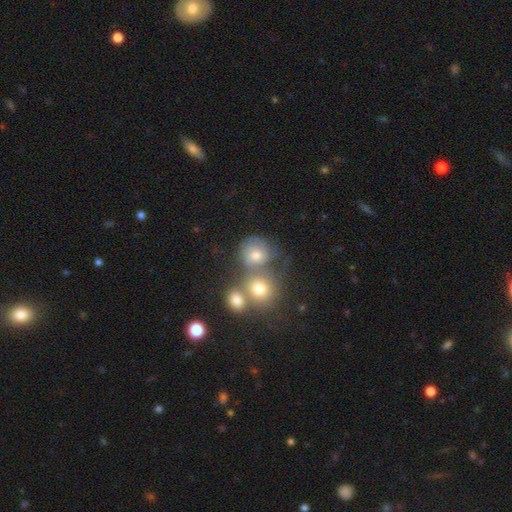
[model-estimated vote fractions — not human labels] Smooth or featured? Predicted: smooth (p=0.59). How rounded? Predicted: round (p=0.76). Merging? Predicted: merger (p=0.46).